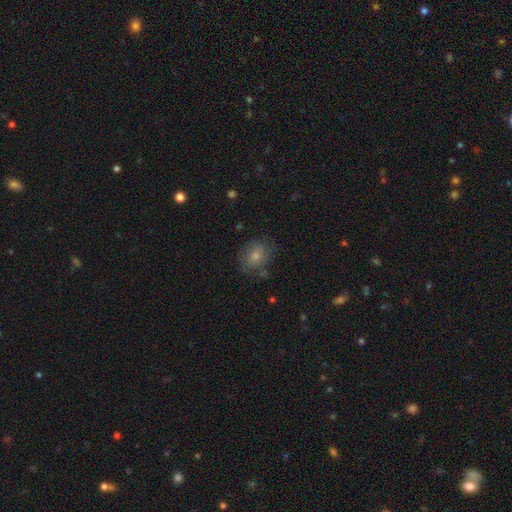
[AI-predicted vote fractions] smooth_or_featured: smooth (p=0.53) [alt: featured or disk p=0.28]
how_rounded: round (p=0.61) [alt: in between p=0.37]
merging: none (p=0.75) [alt: minor disturbance p=0.17]